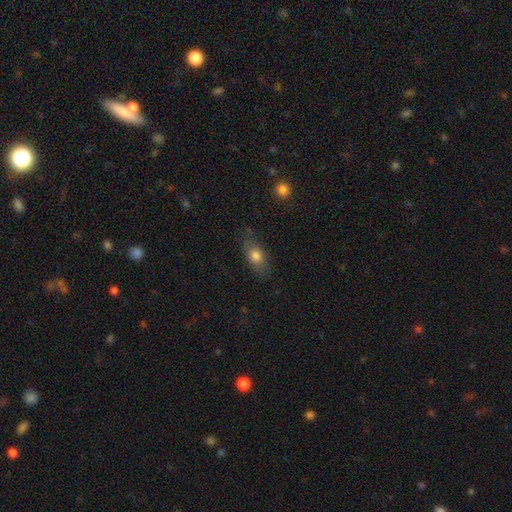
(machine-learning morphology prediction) This appears to be a smooth galaxy with no disk features (74%) that is in between round and cigar-shaped (78%). Merging: none (73%).